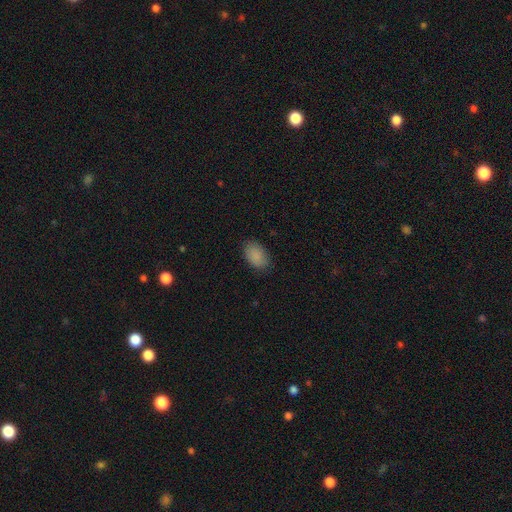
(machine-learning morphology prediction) type=smooth (89%); roundness=in between (90%); merging=none (83%).